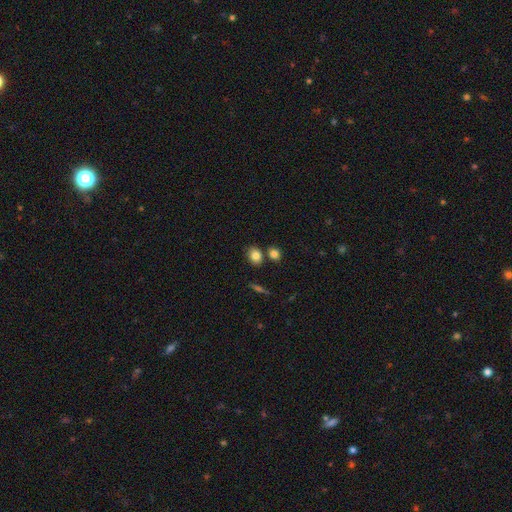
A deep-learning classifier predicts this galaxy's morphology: smooth_or_featured: smooth (p=0.82) [alt: star or artifact p=0.09]
how_rounded: in between (p=0.64) [alt: round p=0.35]
merging: none (p=0.72) [alt: merger p=0.14]